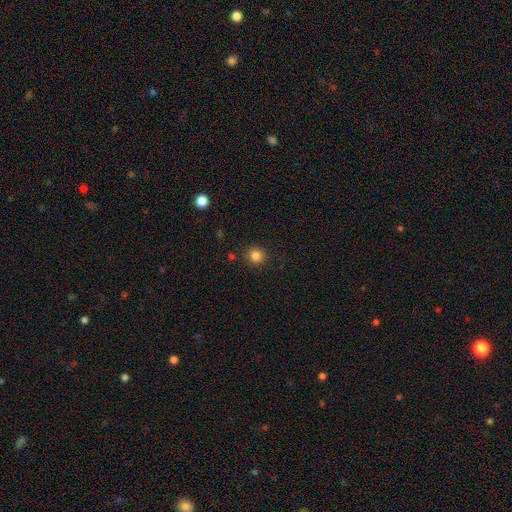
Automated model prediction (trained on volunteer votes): The model was most divided on "smooth or featured": smooth: 83%, star or artifact: 12%, featured or disk: 5%. More confident: how rounded — round (93%); merging — none (89%).